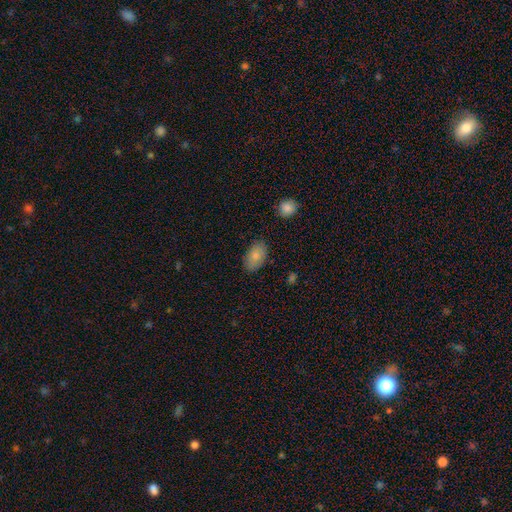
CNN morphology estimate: Overall: smooth (84%). How rounded: in between (93%). Merging: none (83%).